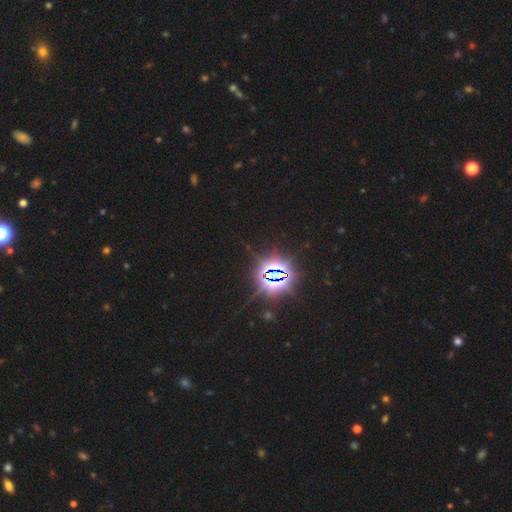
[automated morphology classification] Smooth or featured: star or artifact — 85% (smooth — 9%)